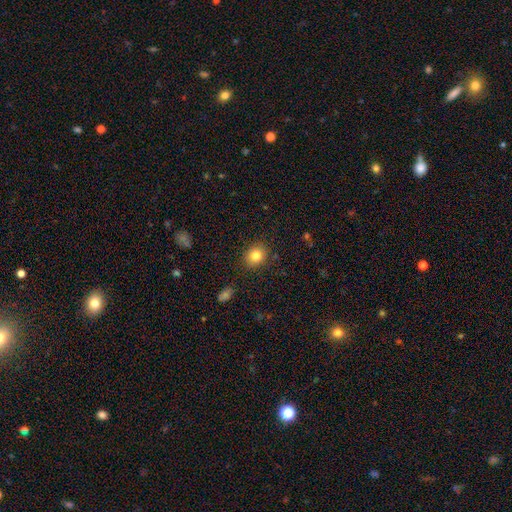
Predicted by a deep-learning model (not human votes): smooth_or_featured: smooth (p=0.82) [alt: star or artifact p=0.11]
how_rounded: round (p=0.70) [alt: in between p=0.29]
merging: none (p=0.87) [alt: minor disturbance p=0.09]